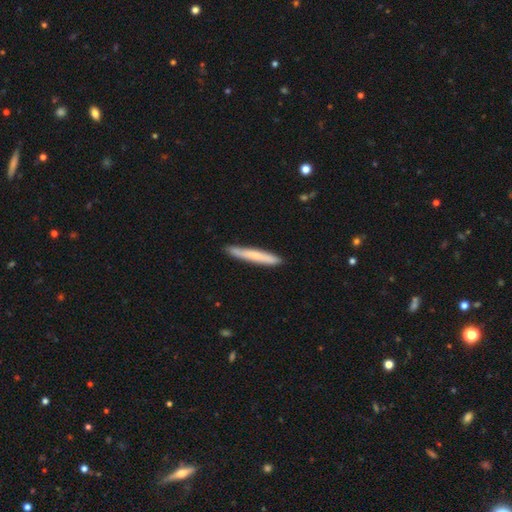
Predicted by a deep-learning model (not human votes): smooth 69%, featured or disk 25%, star or artifact 6%. Down the decision tree: how rounded — cigar-shaped (95%); merging — none (84%).